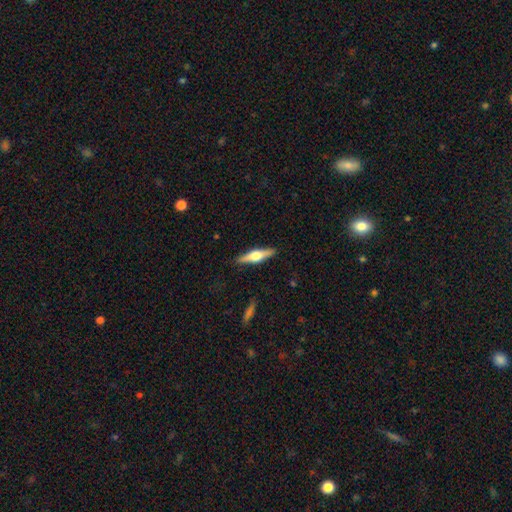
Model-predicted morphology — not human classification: type=featured or disk (60%); edge-on=yes (96%); edge-on bulge=rounded (92%); merging=none (89%).